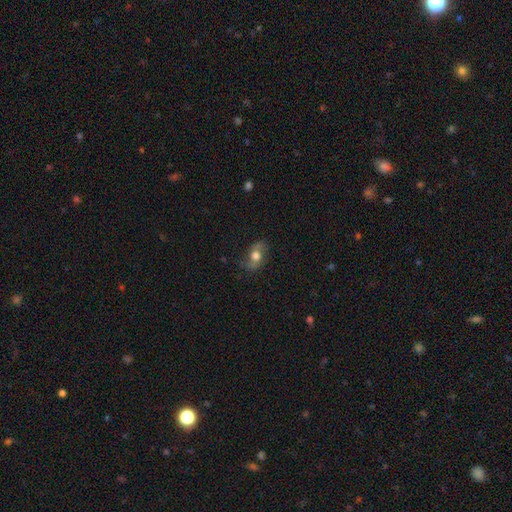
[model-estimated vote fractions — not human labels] Smooth or featured? featured or disk (48%)
Merging? none (73%)